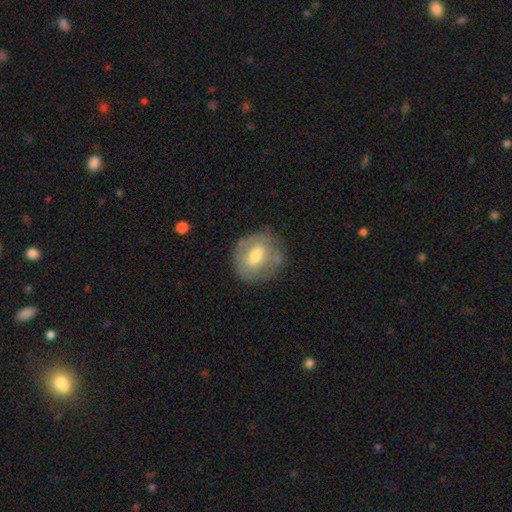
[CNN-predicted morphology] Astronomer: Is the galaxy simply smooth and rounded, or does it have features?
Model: smooth — 47% (runner-up: featured or disk, 45%).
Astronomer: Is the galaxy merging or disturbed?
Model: none — 68%.